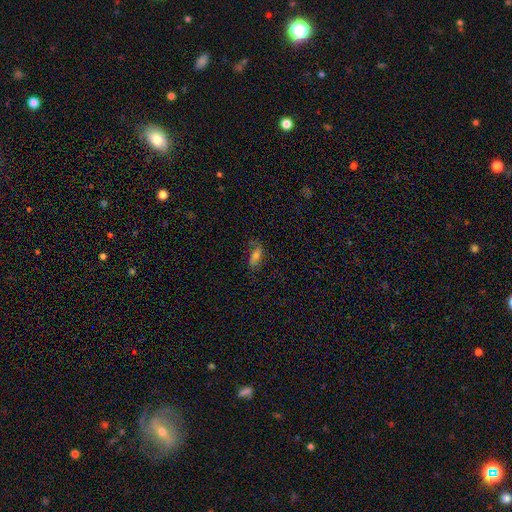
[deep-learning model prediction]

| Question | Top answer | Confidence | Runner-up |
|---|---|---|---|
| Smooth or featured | smooth | 53% | featured or disk (35%) |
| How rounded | in between | 76% | cigar-shaped (19%) |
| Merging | none | 69% | minor disturbance (21%) |